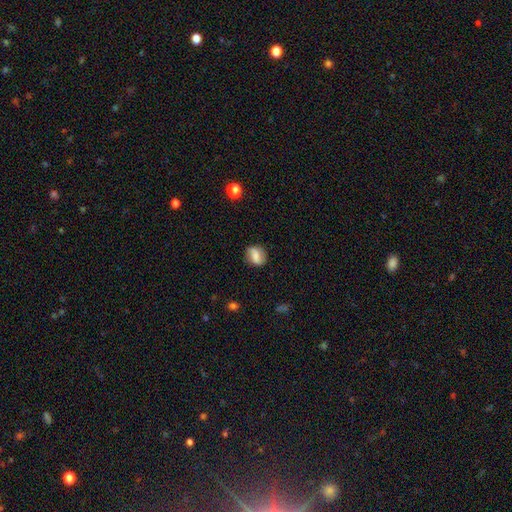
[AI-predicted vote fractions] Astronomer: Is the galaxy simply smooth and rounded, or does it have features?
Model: smooth — 51% (runner-up: featured or disk, 40%).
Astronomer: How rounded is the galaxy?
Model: round — 53% (runner-up: in between, 44%).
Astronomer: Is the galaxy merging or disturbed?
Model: none — 78%.